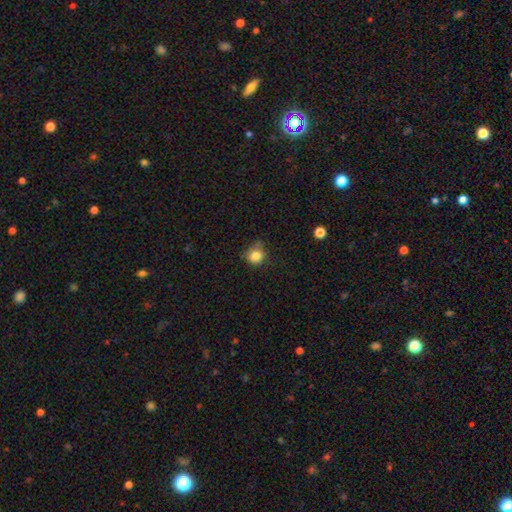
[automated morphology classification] A smooth galaxy with no disk features (82%) that is round (83%).

Vote fractions:
- Smooth or featured? smooth: 82% / star or artifact: 11% / featured or disk: 7%
- How rounded? round: 83% / in between: 16% / cigar-shaped: 1%
- Merging? none: 62% / minor disturbance: 28% / major disturbance: 7% / merger: 2%